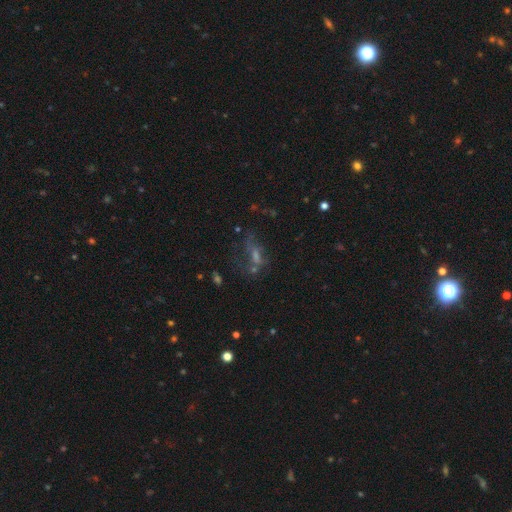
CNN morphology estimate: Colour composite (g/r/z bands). It shows a featured or disk galaxy (42%). Merging: none (40%).